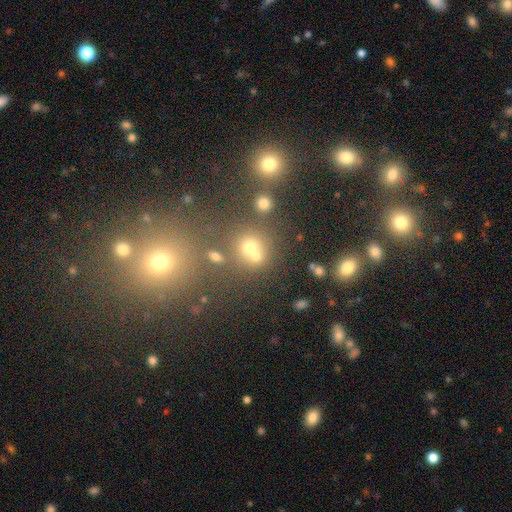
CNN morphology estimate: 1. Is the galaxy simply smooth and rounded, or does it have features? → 65% smooth, 22% star or artifact, 13% featured or disk.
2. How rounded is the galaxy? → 78% round, 20% in between, 2% cigar-shaped.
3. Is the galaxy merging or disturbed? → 50% none, 35% merger, 9% minor disturbance, 6% major disturbance.